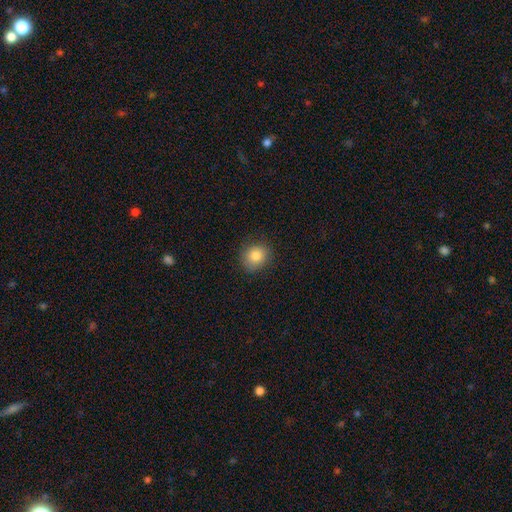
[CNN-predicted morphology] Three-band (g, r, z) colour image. It shows a smooth galaxy with no disk features (84%) that is round (80%). Merging: none (86%).